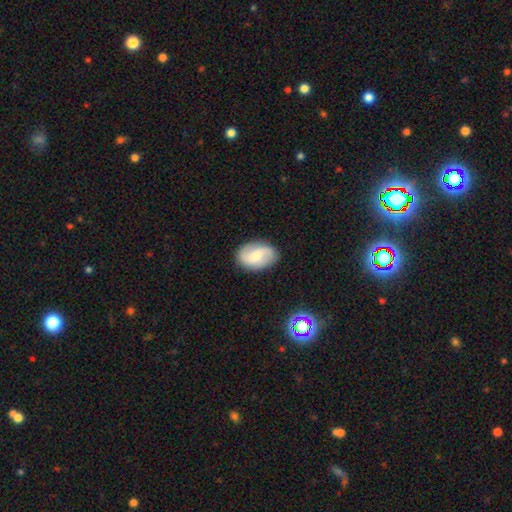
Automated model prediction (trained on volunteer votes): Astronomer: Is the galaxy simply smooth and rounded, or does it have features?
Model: featured or disk — 60%.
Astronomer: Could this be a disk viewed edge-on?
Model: no — 97%.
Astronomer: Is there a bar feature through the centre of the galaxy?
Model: weak — 46% (runner-up: no, 40%).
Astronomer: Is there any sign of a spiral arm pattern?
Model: yes — 89%.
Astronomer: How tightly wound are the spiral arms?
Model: loose — 55% (runner-up: medium, 32%).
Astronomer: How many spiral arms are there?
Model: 2 — 87%.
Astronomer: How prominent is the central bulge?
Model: small — 51% (runner-up: moderate, 41%).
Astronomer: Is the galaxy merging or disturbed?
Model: none — 83%.